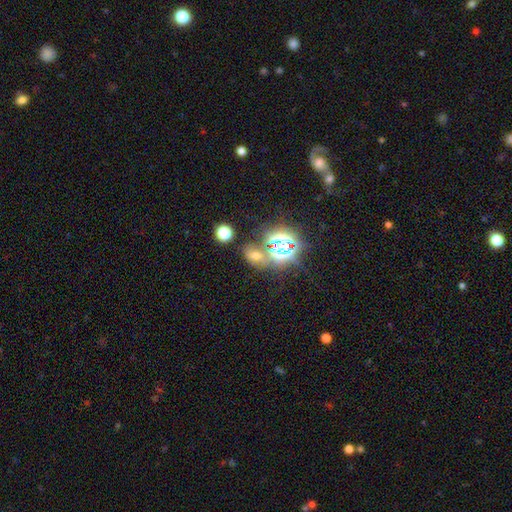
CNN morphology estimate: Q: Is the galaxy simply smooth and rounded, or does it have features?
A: star or artifact — 49%.